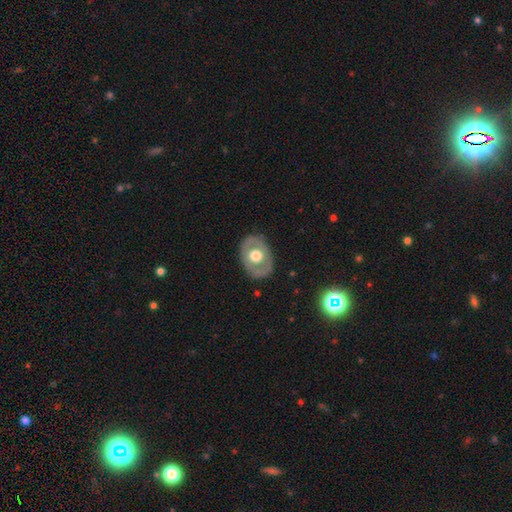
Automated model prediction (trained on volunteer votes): A featured or disk galaxy (53%). Merging: none (82%).